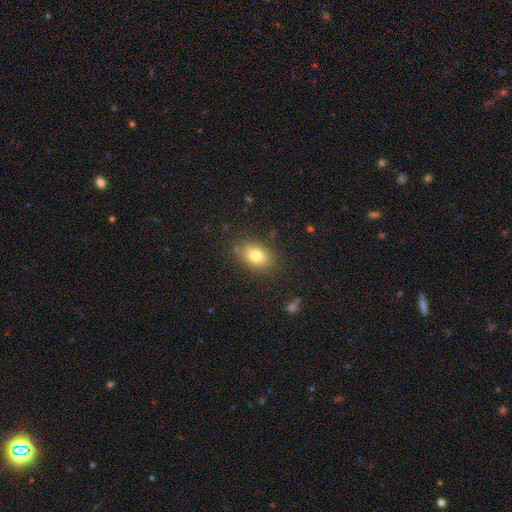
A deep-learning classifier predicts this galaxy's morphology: smooth 78%, featured or disk 11%, star or artifact 11%. Down the decision tree: how rounded — in between (76%); merging — none (83%).